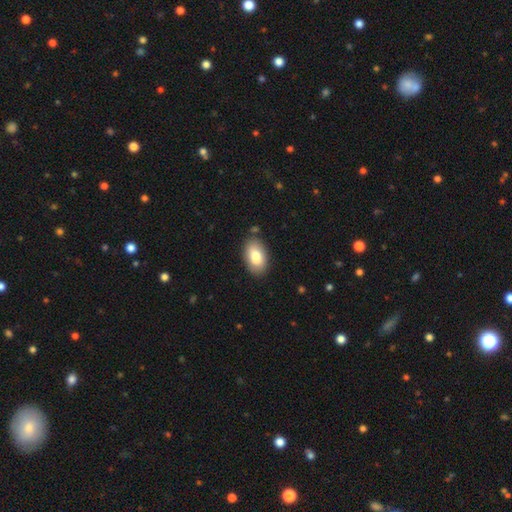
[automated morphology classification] A smooth galaxy with no disk features (80%) that is in between round and cigar-shaped (92%).

Vote fractions:
- Smooth or featured? smooth: 80% / featured or disk: 14% / star or artifact: 7%
- How rounded? in between: 92% / round: 6% / cigar-shaped: 1%
- Merging? none: 79% / minor disturbance: 13% / merger: 5% / major disturbance: 3%